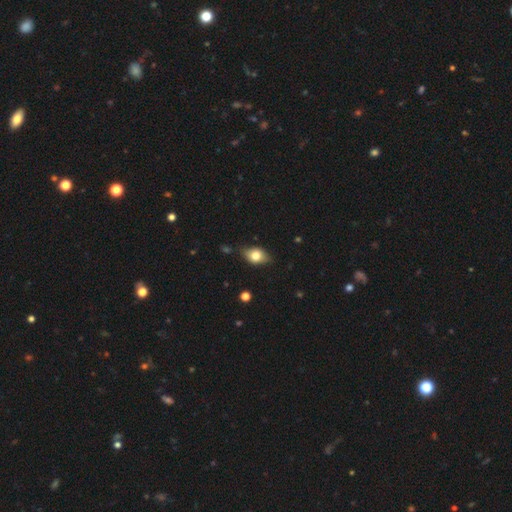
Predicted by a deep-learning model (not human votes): Morphology: type=smooth (72%); roundness=in between (79%); merging=none (77%).